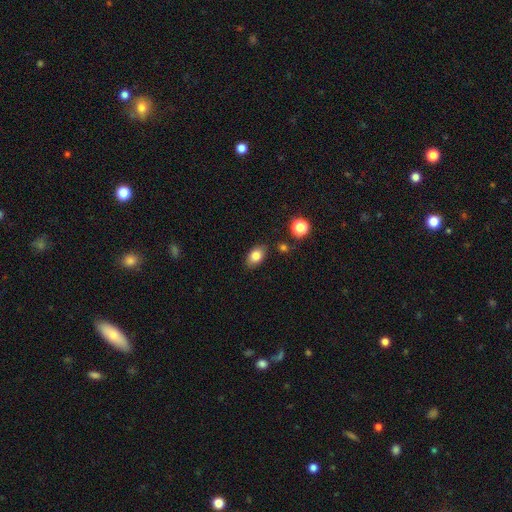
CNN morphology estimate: The model was most divided on "merging": none: 80%, minor disturbance: 13%, merger: 4%, major disturbance: 3%. More confident: how rounded — in between (86%); smooth or featured — smooth (83%).